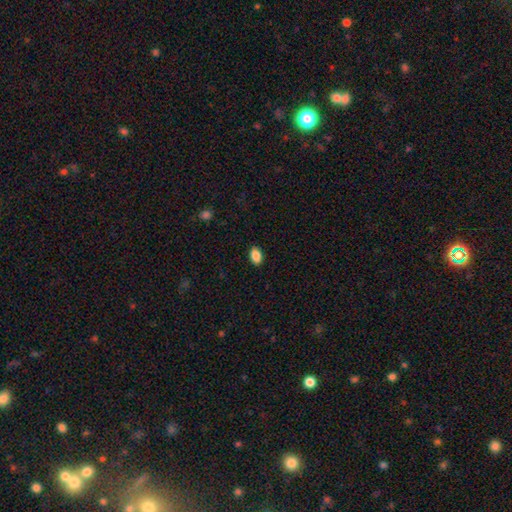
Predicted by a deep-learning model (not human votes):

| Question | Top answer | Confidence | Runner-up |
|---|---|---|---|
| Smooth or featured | smooth | 88% | star or artifact (8%) |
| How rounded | in between | 89% | round (10%) |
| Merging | none | 89% | minor disturbance (8%) |